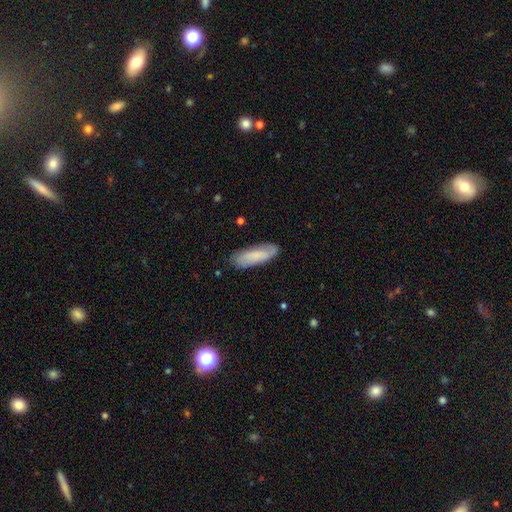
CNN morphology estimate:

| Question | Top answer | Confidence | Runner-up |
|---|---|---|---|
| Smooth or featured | smooth | 64% | featured or disk (29%) |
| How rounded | in between | 61% | cigar-shaped (37%) |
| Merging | none | 76% | minor disturbance (18%) |